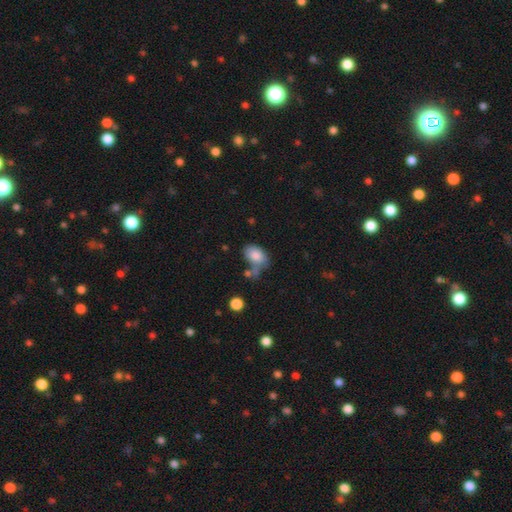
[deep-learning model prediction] smooth-or-featured: smooth: 81% | featured or disk: 11% | star or artifact: 8%
  how-rounded: in between: 87% | round: 12% | cigar-shaped: 1%
  merging: none: 39% | minor disturbance: 24% | merger: 24% | major disturbance: 13%